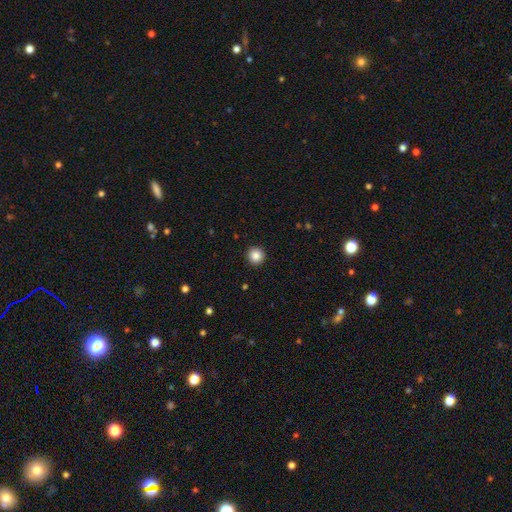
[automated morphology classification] Smooth or featured: smooth — 86% (star or artifact — 10%)
How rounded: round — 95% (in between — 4%)
Merging: none — 93% (minor disturbance — 5%)